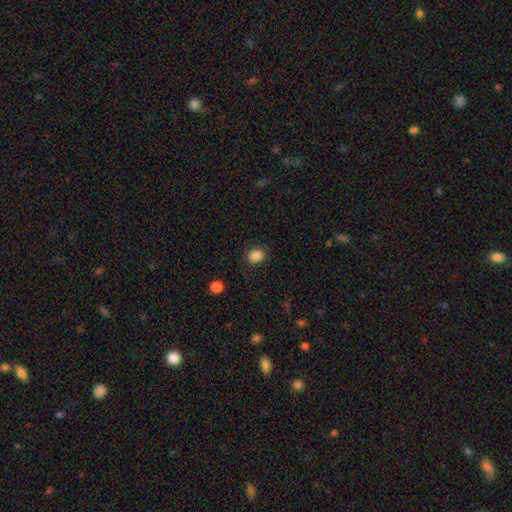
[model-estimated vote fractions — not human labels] Overall: smooth (86%). How rounded: round (51%; in between 48%). Merging: none (84%).